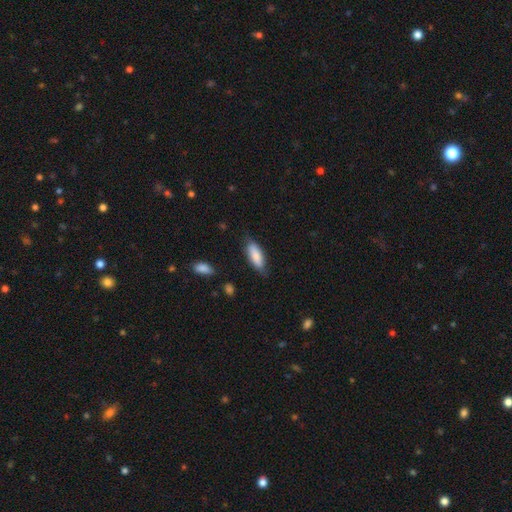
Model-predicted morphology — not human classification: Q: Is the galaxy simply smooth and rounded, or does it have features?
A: smooth — 83%.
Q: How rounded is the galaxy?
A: in between — 69%.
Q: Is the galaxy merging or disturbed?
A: none — 74%.